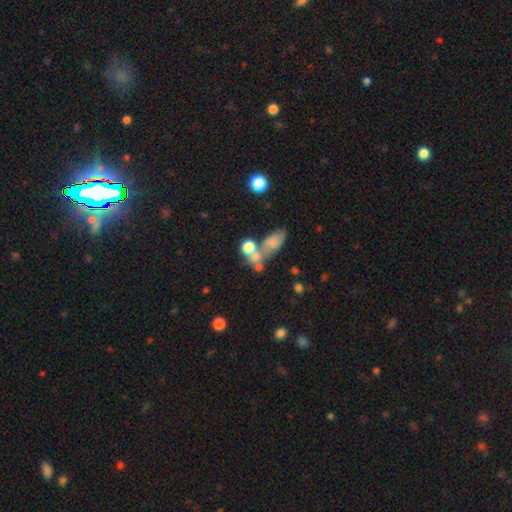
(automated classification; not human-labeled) Smooth or featured? Predicted: smooth (p=0.60). How rounded? Predicted: in between (p=0.49). Merging? Predicted: merger (p=0.44).